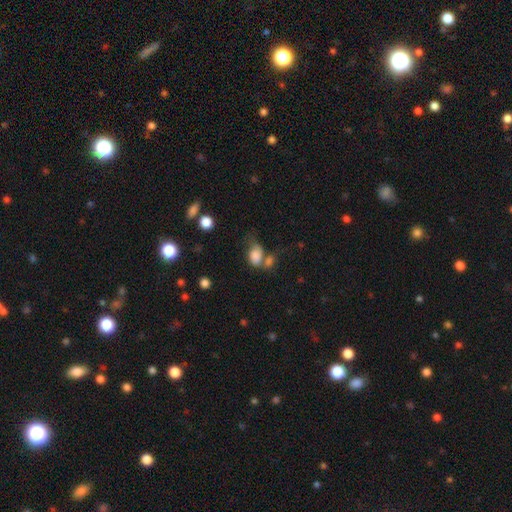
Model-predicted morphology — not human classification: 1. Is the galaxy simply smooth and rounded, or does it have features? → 79% smooth, 11% featured or disk, 10% star or artifact.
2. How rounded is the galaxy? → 76% in between, 22% round, 2% cigar-shaped.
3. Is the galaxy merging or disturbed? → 40% merger, 24% none, 19% minor disturbance, 17% major disturbance.